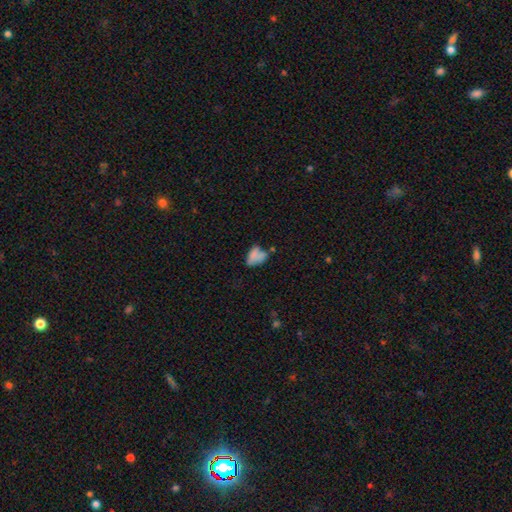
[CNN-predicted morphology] Q: Smooth or featured?
A: smooth (70%); runner-up: featured or disk (19%)
Q: How rounded?
A: in between (87%); runner-up: round (10%)
Q: Merging?
A: none (33%); runner-up: minor disturbance (27%)